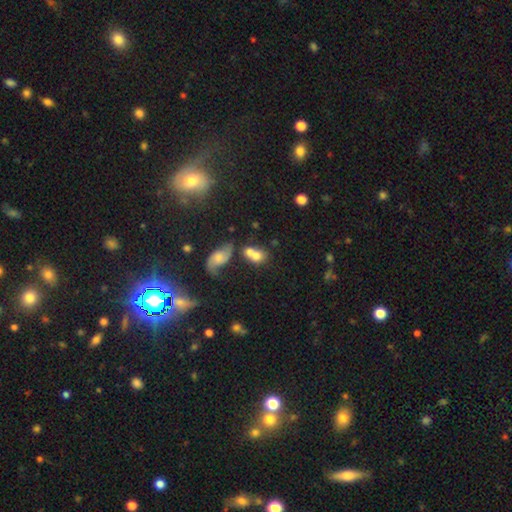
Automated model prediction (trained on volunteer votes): Overall: smooth (69%). How rounded: in between (51%; round 47%). Merging: merger (53%; none 30%).